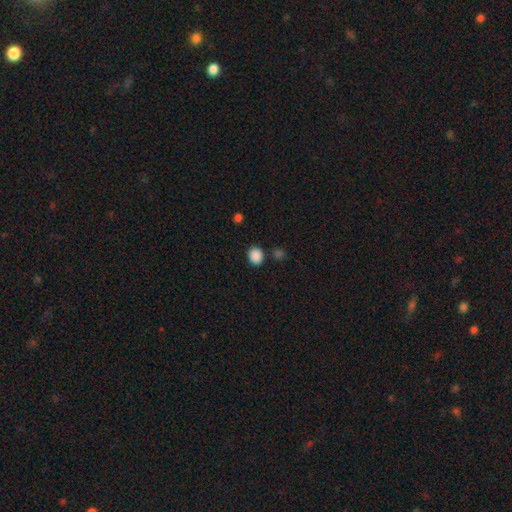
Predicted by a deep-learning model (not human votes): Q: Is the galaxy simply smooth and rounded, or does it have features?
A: smooth — 88%.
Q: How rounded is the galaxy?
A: round — 62%.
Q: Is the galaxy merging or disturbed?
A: none — 84%.